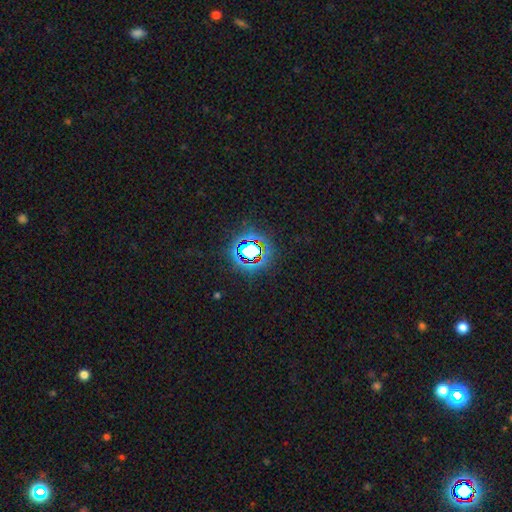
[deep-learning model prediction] A star or artifact, not a galaxy (77%).

Vote fractions:
- Smooth or featured? star or artifact: 77% / smooth: 14% / featured or disk: 9%